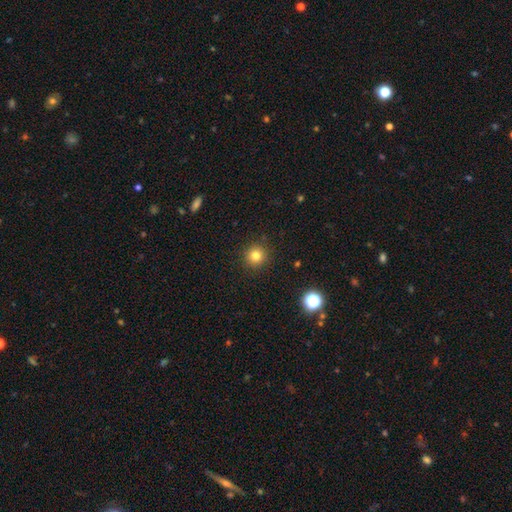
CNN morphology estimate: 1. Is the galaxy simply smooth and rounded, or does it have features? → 81% smooth, 13% star or artifact, 6% featured or disk.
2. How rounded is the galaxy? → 94% round, 5% in between, 1% cigar-shaped.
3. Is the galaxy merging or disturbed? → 91% none, 5% minor disturbance, 2% major disturbance, 1% merger.